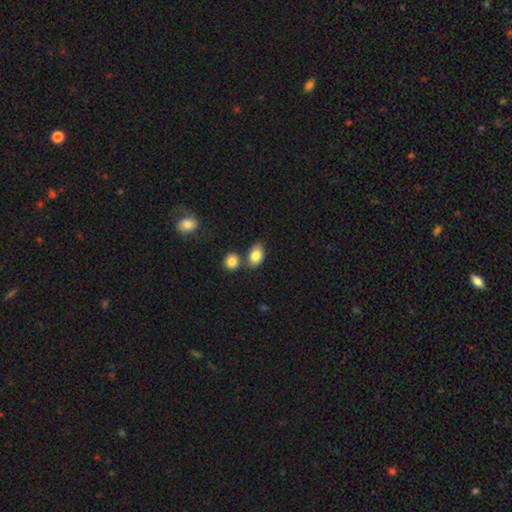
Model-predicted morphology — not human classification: smooth_or_featured: smooth (p=0.84) [alt: featured or disk p=0.09]
how_rounded: in between (p=0.82) [alt: round p=0.17]
merging: none (p=0.63) [alt: merger p=0.20]